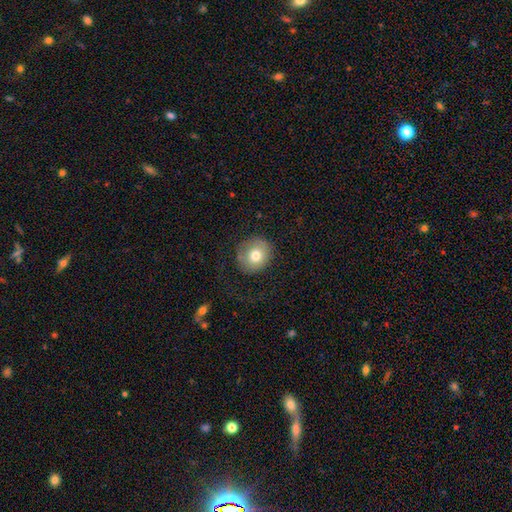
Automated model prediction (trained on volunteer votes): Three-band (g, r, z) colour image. It shows a smooth galaxy with no disk features (74%) that is round (80%). Merging: none (76%).